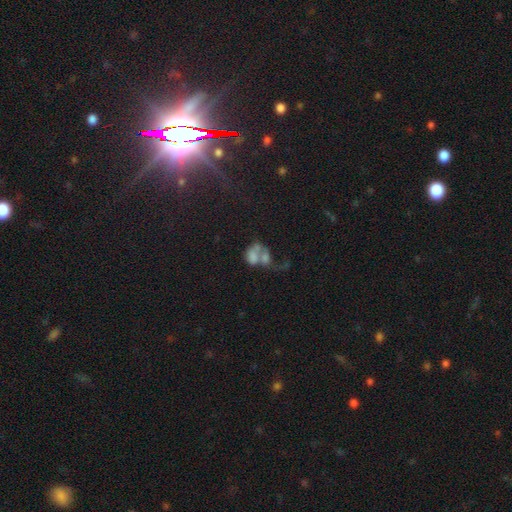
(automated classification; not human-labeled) A smooth galaxy with no disk features (52%) that is in between round and cigar-shaped (73%). Merging: merger (64%).